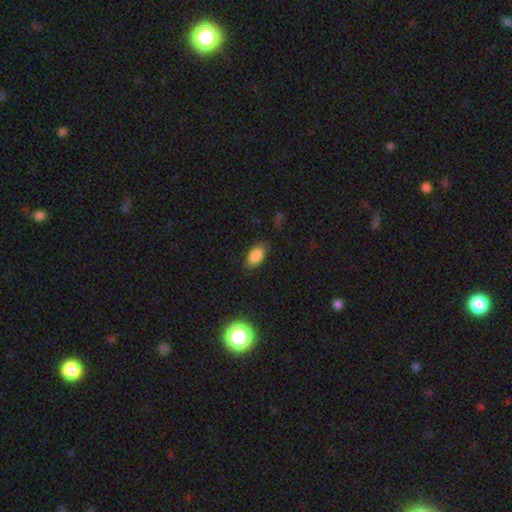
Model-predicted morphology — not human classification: Smooth or featured: smooth — 85% (star or artifact — 9%)
How rounded: in between — 92% (cigar-shaped — 4%)
Merging: none — 82% (minor disturbance — 13%)